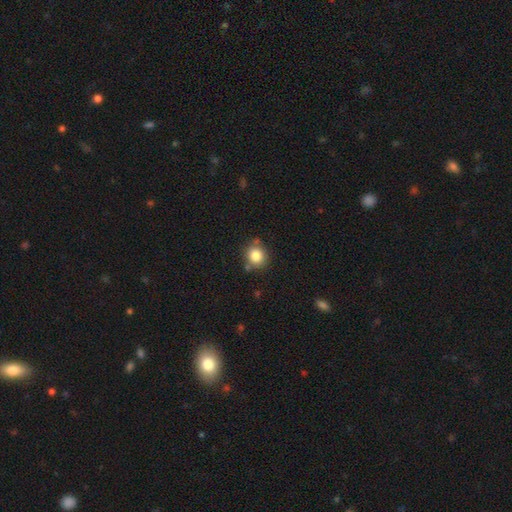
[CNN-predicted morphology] Q: Smooth or featured?
A: smooth (83%); runner-up: star or artifact (10%)
Q: How rounded?
A: round (85%); runner-up: in between (14%)
Q: Merging?
A: none (77%); runner-up: minor disturbance (12%)